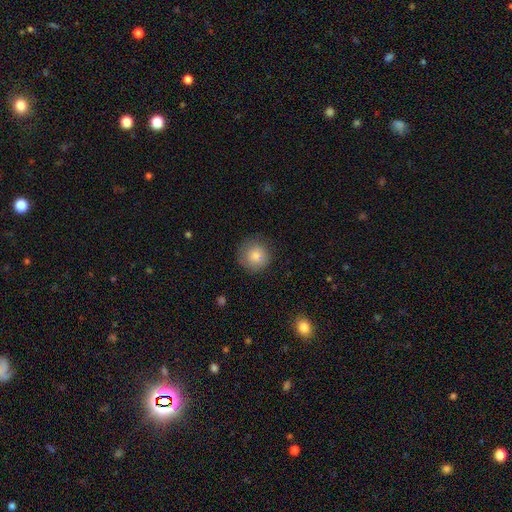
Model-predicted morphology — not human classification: This appears to be a smooth galaxy with no disk features (83%) that is round (94%). Merging: none (85%).